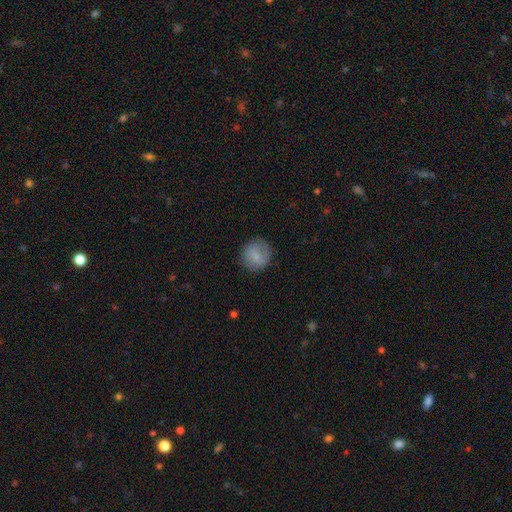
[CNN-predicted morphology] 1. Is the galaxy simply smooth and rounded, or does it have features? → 72% smooth, 21% featured or disk, 7% star or artifact.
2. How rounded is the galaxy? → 89% round, 10% in between, 1% cigar-shaped.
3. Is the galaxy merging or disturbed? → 81% none, 13% minor disturbance, 4% major disturbance, 1% merger.